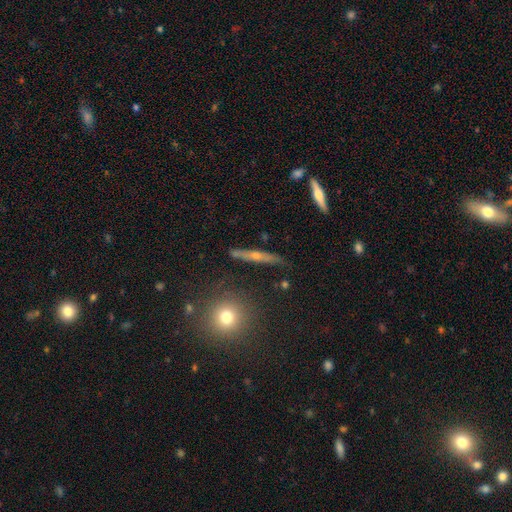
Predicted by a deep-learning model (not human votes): A featured or disk galaxy (63%) viewed edge-on (92%) with a rounded central bulge (78%). Merging: none (84%).